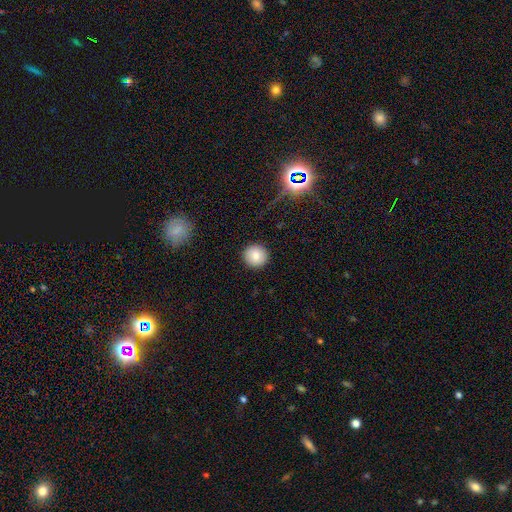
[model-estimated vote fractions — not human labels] smooth_or_featured: smooth (p=0.84) [alt: star or artifact p=0.09]
how_rounded: round (p=0.94) [alt: in between p=0.05]
merging: none (p=0.92) [alt: minor disturbance p=0.05]